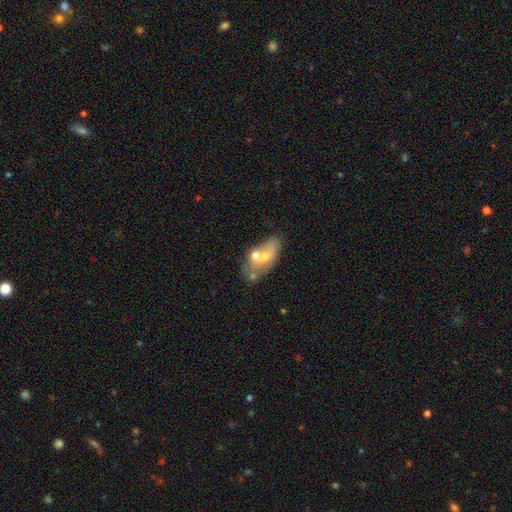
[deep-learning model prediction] A smooth galaxy with no disk features (51%) that is in between round and cigar-shaped (85%).

Vote fractions:
- Smooth or featured? smooth: 51% / featured or disk: 40% / star or artifact: 8%
- How rounded? in between: 85% / round: 10% / cigar-shaped: 5%
- Merging? merger: 44% / none: 31% / minor disturbance: 15% / major disturbance: 9%